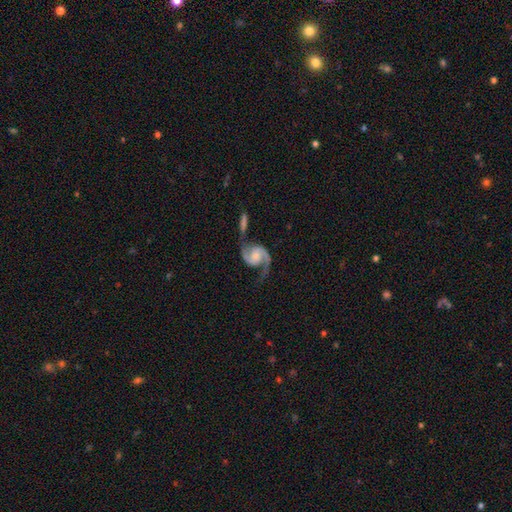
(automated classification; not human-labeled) The model was most divided on "bulge size": moderate: 40%, small: 36%, none: 13%, large: 9%, dominant: 2%. More confident: edge-on disk — no (98%); spiral arms — yes (98%); spiral arm count — 2 (91%); smooth or featured — featured or disk (91%); bar — no (61%); merging — none (55%); spiral winding — medium (50%).